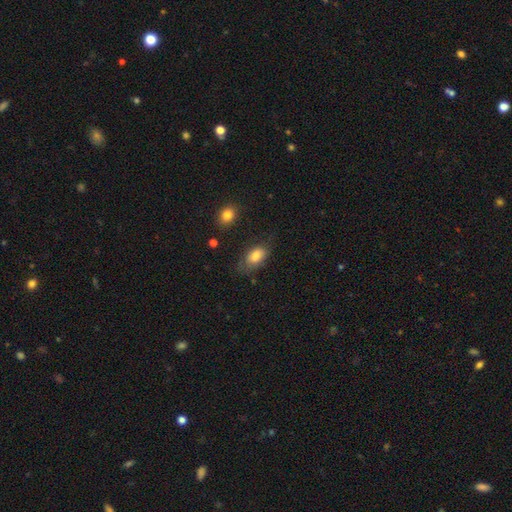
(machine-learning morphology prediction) This appears to be a smooth galaxy with no disk features (79%) that is in between round and cigar-shaped (91%). Merging: none (59%).